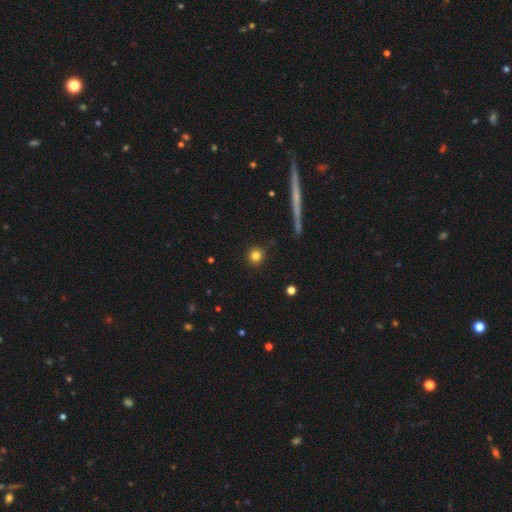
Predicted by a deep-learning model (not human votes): A smooth galaxy with no disk features (81%) that is round (92%). Merging: none (90%).